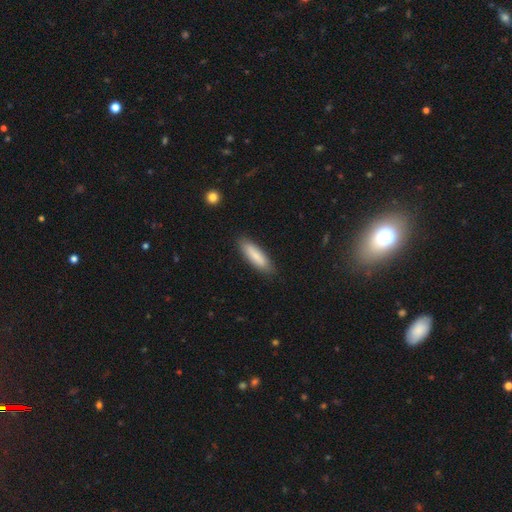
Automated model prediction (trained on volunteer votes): Overall: smooth (83%). How rounded: cigar-shaped (61%; in between 38%). Merging: none (85%).